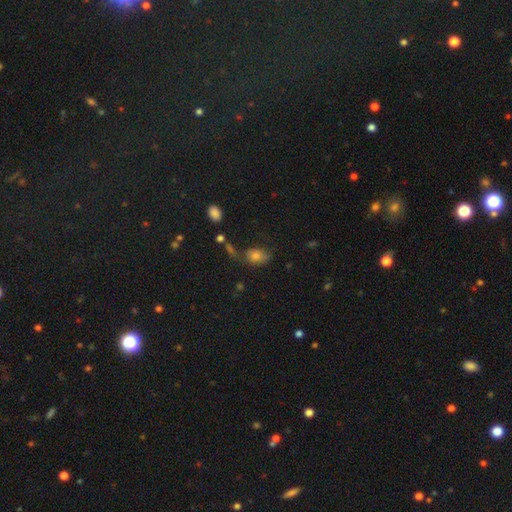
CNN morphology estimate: This is likely a smooth galaxy (75%). How rounded: likely in between (76%). Merging: possibly none (51%).